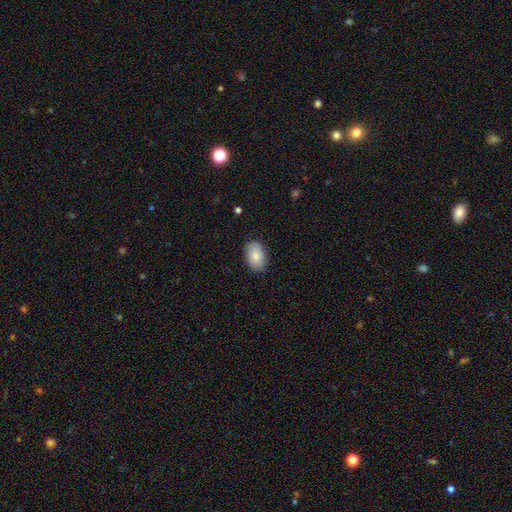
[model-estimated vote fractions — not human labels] Overall: smooth (84%). How rounded: in between (91%). Merging: none (86%).